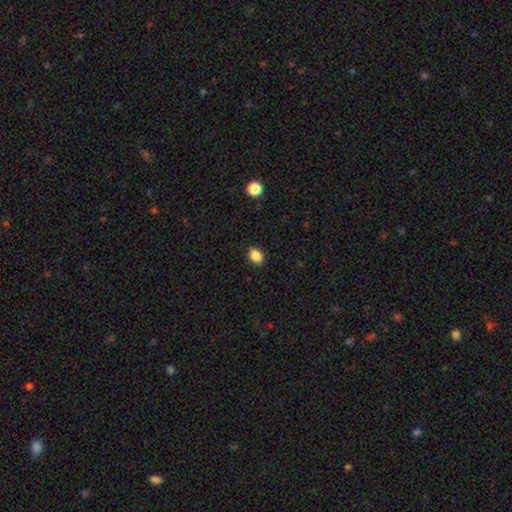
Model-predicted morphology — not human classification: Q: Smooth or featured?
A: smooth (87%); runner-up: star or artifact (9%)
Q: How rounded?
A: in between (73%); runner-up: round (26%)
Q: Merging?
A: none (89%); runner-up: minor disturbance (8%)